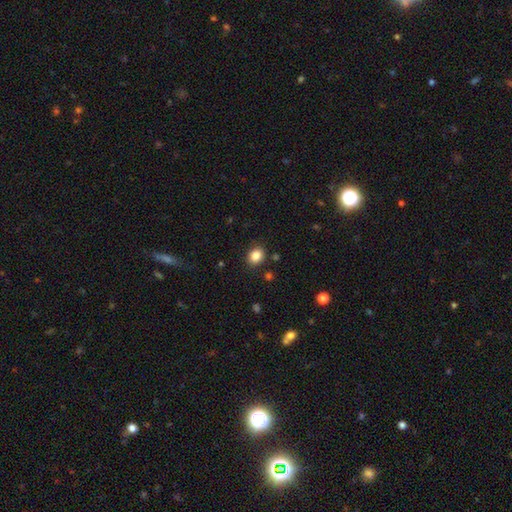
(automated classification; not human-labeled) Smooth or featured: smooth — 85% (star or artifact — 10%)
How rounded: round — 57% (in between — 42%)
Merging: none — 88% (minor disturbance — 8%)